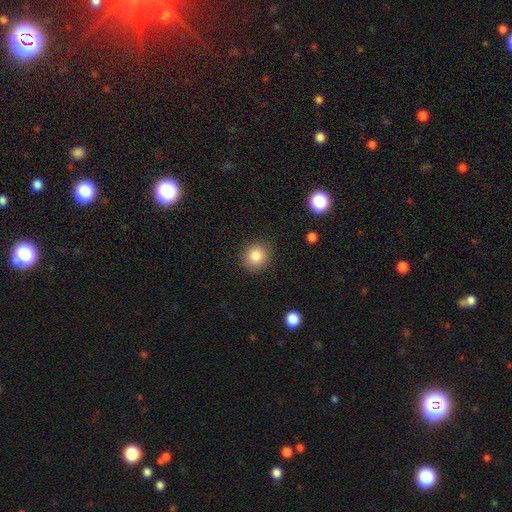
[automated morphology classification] smooth 84%, star or artifact 10%, featured or disk 6%. Down the decision tree: how rounded — round (87%); merging — none (89%).